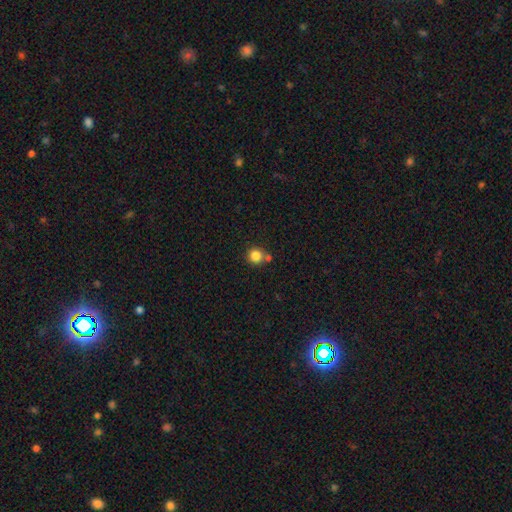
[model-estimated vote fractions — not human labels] Morphology: type=smooth (83%); roundness=round (92%); merging=none (65%).